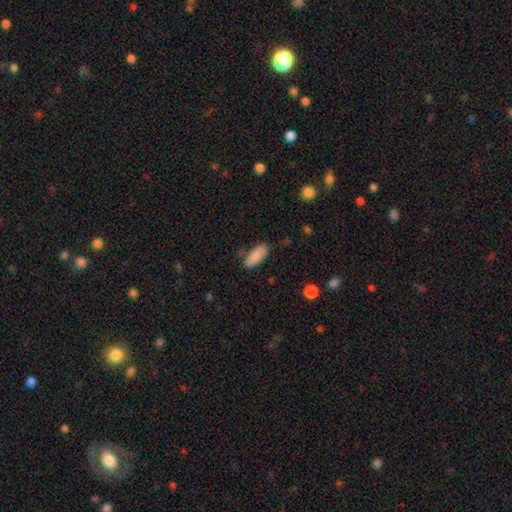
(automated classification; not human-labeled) smooth 86%, featured or disk 8%, star or artifact 6%. Down the decision tree: how rounded — in between (81%); merging — none (77%).